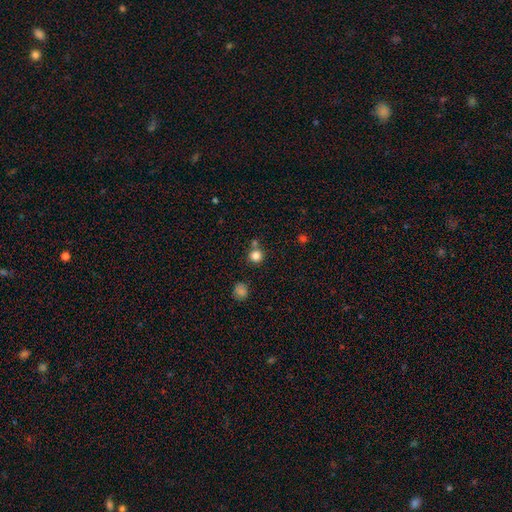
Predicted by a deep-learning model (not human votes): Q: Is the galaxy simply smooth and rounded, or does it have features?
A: smooth — 82%.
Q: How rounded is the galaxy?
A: round — 93%.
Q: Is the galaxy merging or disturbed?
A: none — 71%.